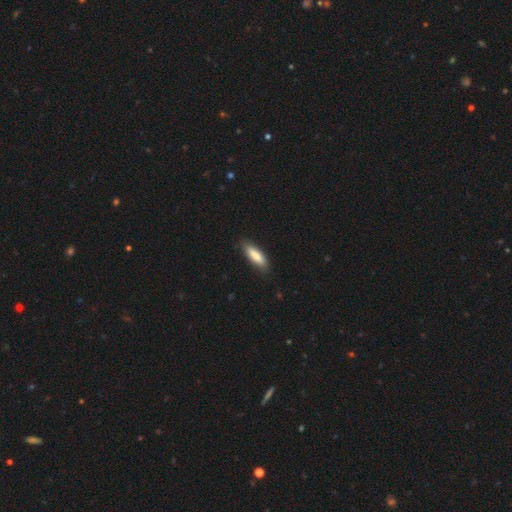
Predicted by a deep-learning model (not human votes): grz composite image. It shows a smooth galaxy with no disk features (81%) that is in between round and cigar-shaped (50%). Merging: none (84%).